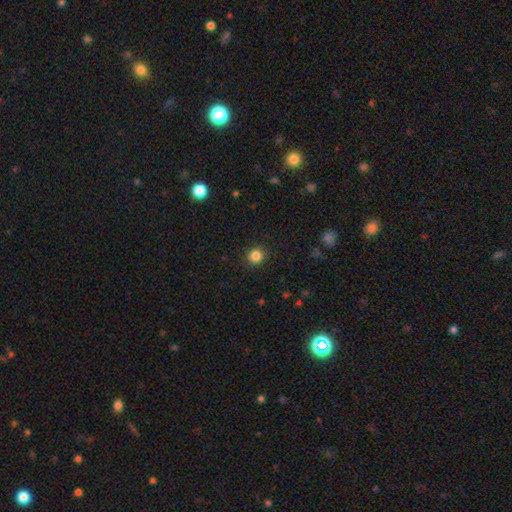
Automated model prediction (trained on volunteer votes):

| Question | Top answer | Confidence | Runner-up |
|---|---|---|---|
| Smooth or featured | smooth | 84% | star or artifact (12%) |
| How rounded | round | 91% | in between (8%) |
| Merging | none | 90% | minor disturbance (6%) |